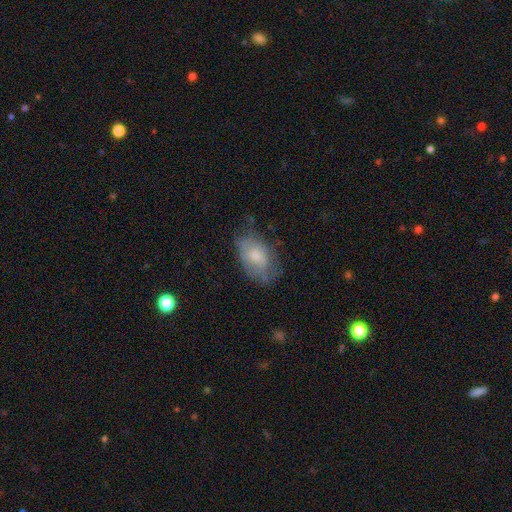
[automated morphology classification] type=smooth (66%); roundness=in between (90%); merging=none (54%).